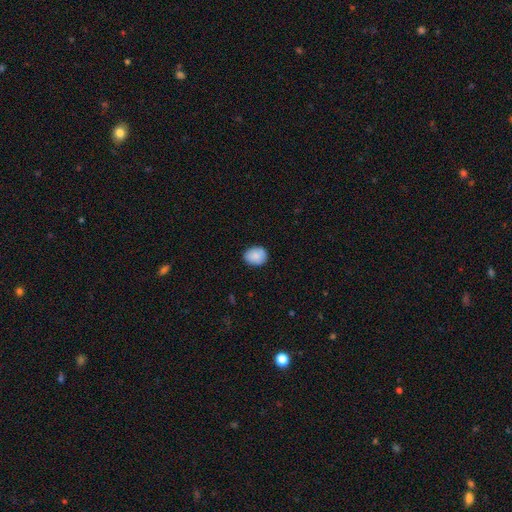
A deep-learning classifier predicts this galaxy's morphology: Q: Smooth or featured?
A: smooth (87%); runner-up: star or artifact (7%)
Q: How rounded?
A: round (50%); runner-up: in between (49%)
Q: Merging?
A: none (82%); runner-up: minor disturbance (14%)